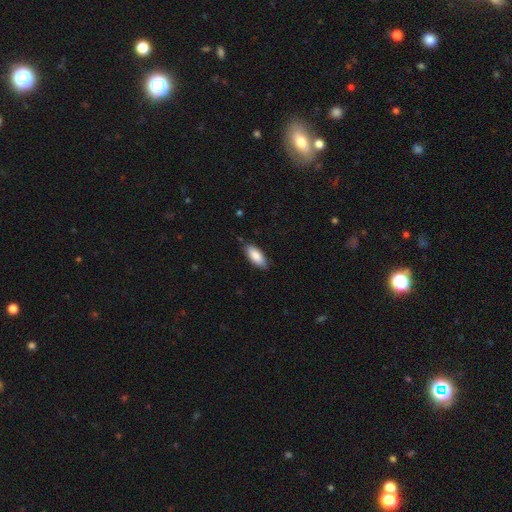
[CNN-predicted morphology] This is clearly a smooth galaxy (86%). How rounded: clearly in between (82%). Merging: clearly none (83%).